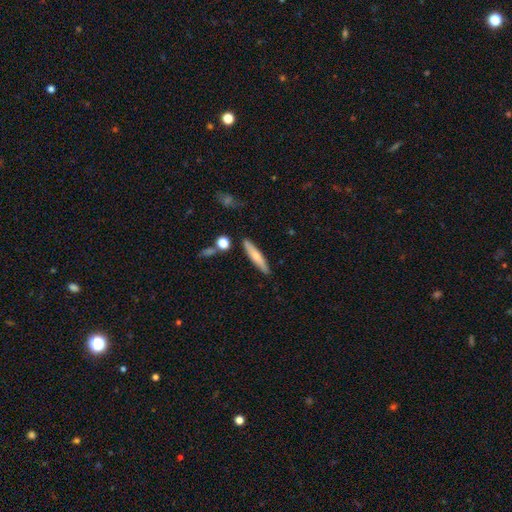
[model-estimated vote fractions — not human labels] smooth_or_featured: smooth (p=0.65) [alt: featured or disk p=0.28]
how_rounded: cigar-shaped (p=0.89) [alt: in between p=0.09]
merging: none (p=0.86) [alt: minor disturbance p=0.09]